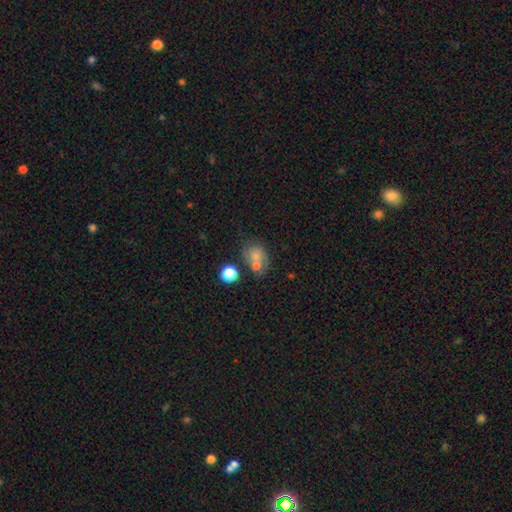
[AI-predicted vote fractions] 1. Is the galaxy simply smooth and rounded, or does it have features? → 58% smooth, 23% featured or disk, 19% star or artifact.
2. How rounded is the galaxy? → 53% round, 46% in between, 1% cigar-shaped.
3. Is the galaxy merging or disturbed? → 47% none, 25% merger, 18% minor disturbance, 9% major disturbance.